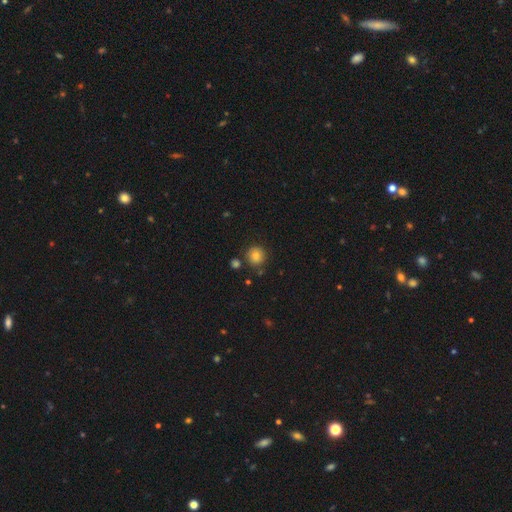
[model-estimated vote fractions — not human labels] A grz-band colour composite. It shows a smooth galaxy with no disk features (80%) that is round (93%). Merging: none (84%).